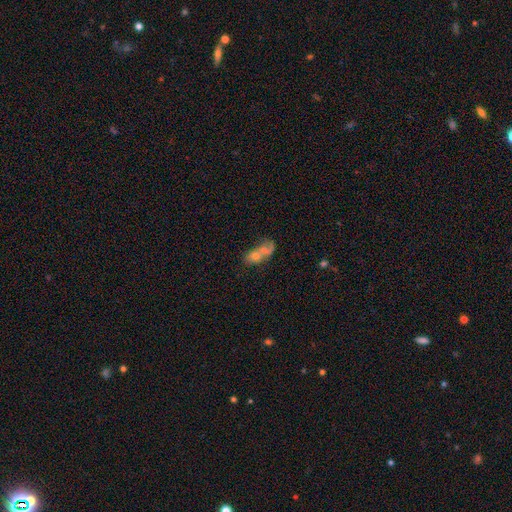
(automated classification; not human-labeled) Smooth or featured?
  - smooth: 54% *
  - featured or disk: 34%
  - star or artifact: 13%
How rounded?
  - in between: 71% *
  - round: 23%
  - cigar-shaped: 7%
Merging?
  - merger: 58% *
  - none: 19%
  - major disturbance: 13%
  - minor disturbance: 10%